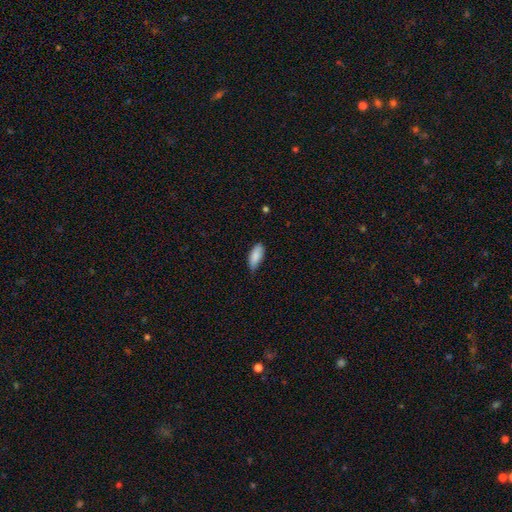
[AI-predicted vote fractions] Smooth or featured? Predicted: smooth (p=0.88). How rounded? Predicted: in between (p=0.80). Merging? Predicted: none (p=0.69).